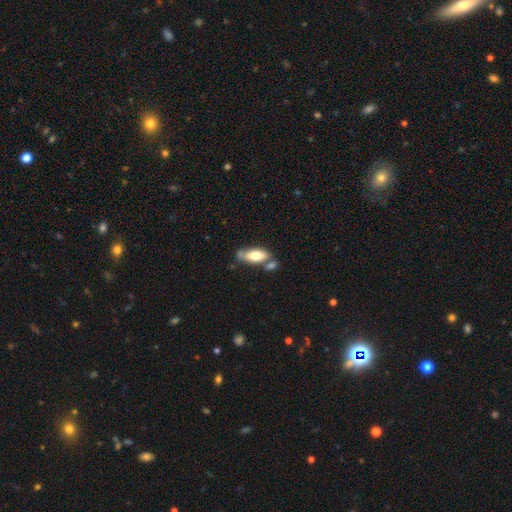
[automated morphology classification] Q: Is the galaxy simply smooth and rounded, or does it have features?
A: smooth — 64%.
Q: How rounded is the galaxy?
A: in between — 75%.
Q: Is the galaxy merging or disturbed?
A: none — 53%.